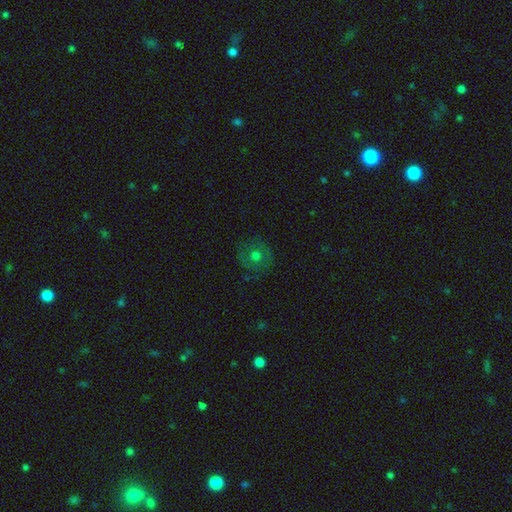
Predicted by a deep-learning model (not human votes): This appears to be a smooth galaxy with no disk features (49%). Merging: none (82%).